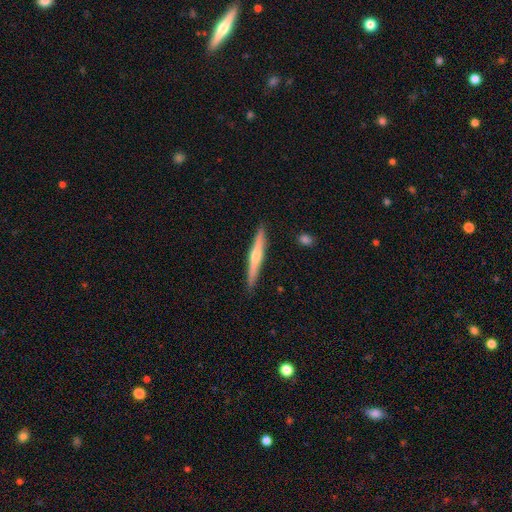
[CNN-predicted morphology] This is possibly a featured or disk galaxy (58%). It is clearly viewed edge-on (97%). Edge-on bulge: likely rounded (77%). Merging: clearly none (90%).